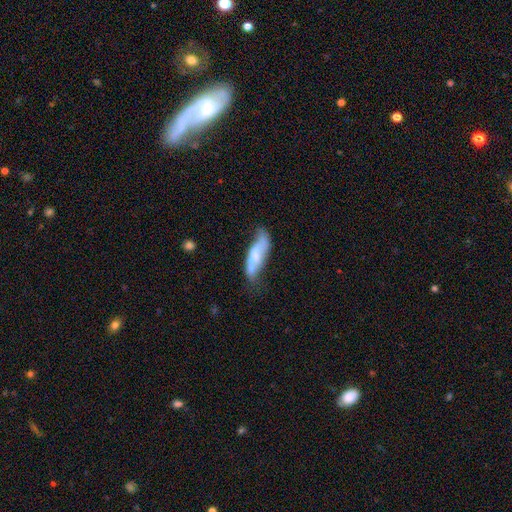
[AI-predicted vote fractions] Smooth or featured: smooth — 51% (featured or disk — 42%)
How rounded: in between — 57% (cigar-shaped — 41%)
Merging: none — 38% (minor disturbance — 31%)